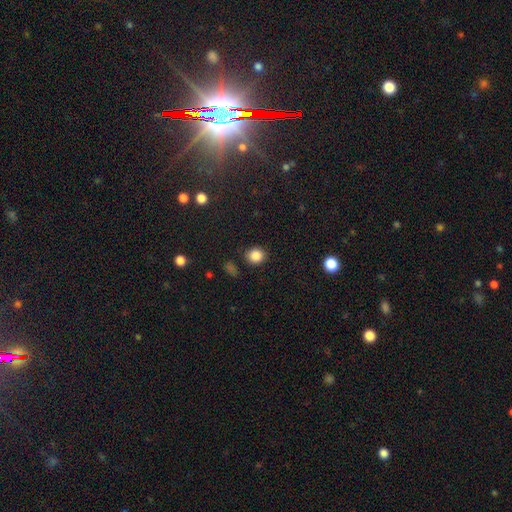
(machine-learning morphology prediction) smooth_or_featured: smooth (p=0.85) [alt: star or artifact p=0.11]
how_rounded: round (p=0.80) [alt: in between p=0.19]
merging: none (p=0.84) [alt: minor disturbance p=0.10]